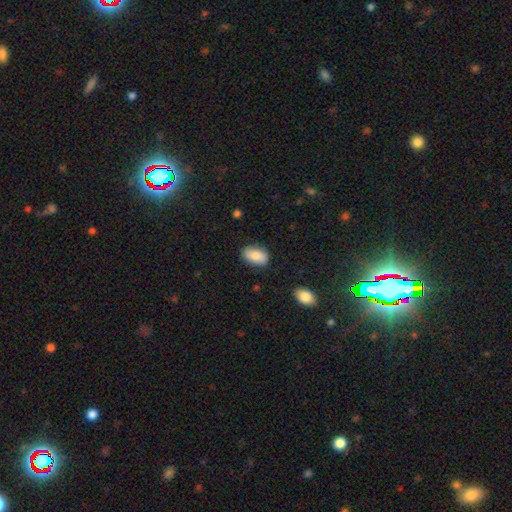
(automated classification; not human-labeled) A smooth galaxy with no disk features (84%) that is in between round and cigar-shaped (92%). Merging: none (83%).